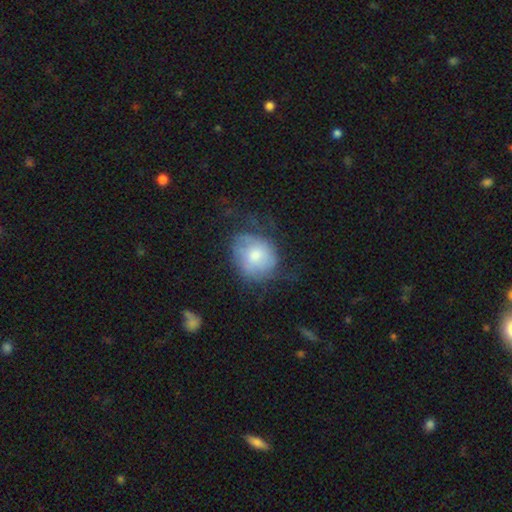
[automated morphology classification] A smooth galaxy with no disk features (59%) that is round (70%).

Vote fractions:
- Smooth or featured? smooth: 59% / featured or disk: 33% / star or artifact: 8%
- How rounded? round: 70% / in between: 29% / cigar-shaped: 1%
- Merging? none: 43% / minor disturbance: 29% / major disturbance: 26% / merger: 2%